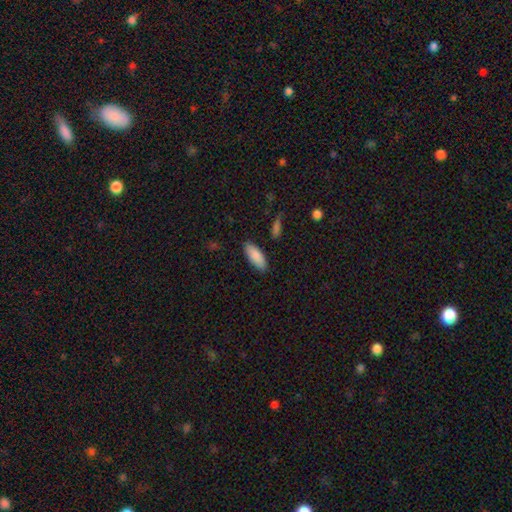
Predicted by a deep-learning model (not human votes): Q: Smooth or featured?
A: smooth (88%); runner-up: star or artifact (6%)
Q: How rounded?
A: in between (78%); runner-up: cigar-shaped (20%)
Q: Merging?
A: none (86%); runner-up: minor disturbance (10%)